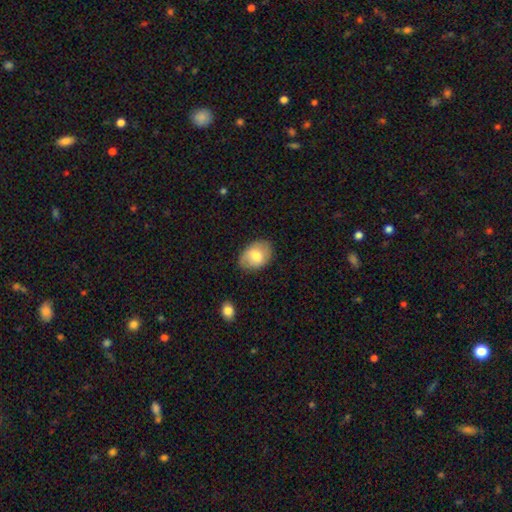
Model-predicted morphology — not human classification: Q: Smooth or featured?
A: smooth (75%); runner-up: featured or disk (18%)
Q: How rounded?
A: in between (79%); runner-up: round (20%)
Q: Merging?
A: none (80%); runner-up: minor disturbance (15%)